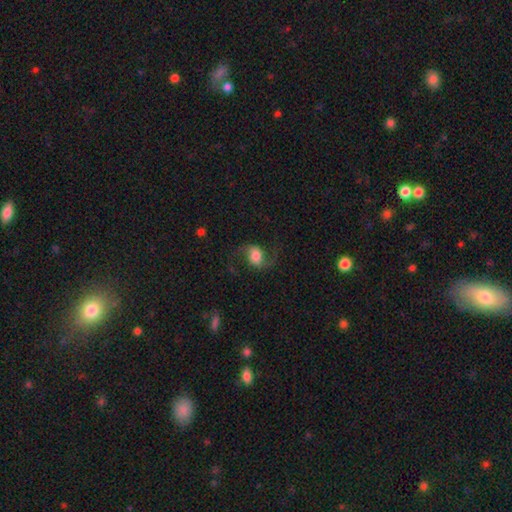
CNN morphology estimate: featured or disk 67%, smooth 25%, star or artifact 9%. Down the decision tree: edge-on disk — no (97%); bar — no (48%); spiral arms — yes (94%); spiral arm count — 2 (93%); spiral winding — loose (73%); bulge size — large (40%); merging — none (70%).